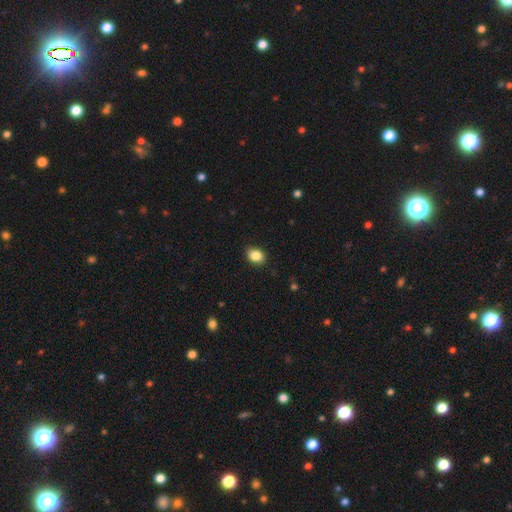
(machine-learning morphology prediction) The model was most divided on "how rounded": in between: 67%, round: 32%, cigar-shaped: 1%. More confident: merging — none (88%); smooth or featured — smooth (87%).